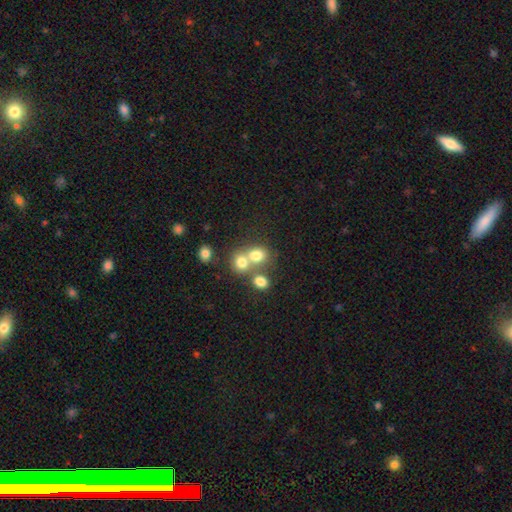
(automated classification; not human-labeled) Smooth or featured? smooth (73%)
How rounded? round (66%)
Merging? merger (52%)